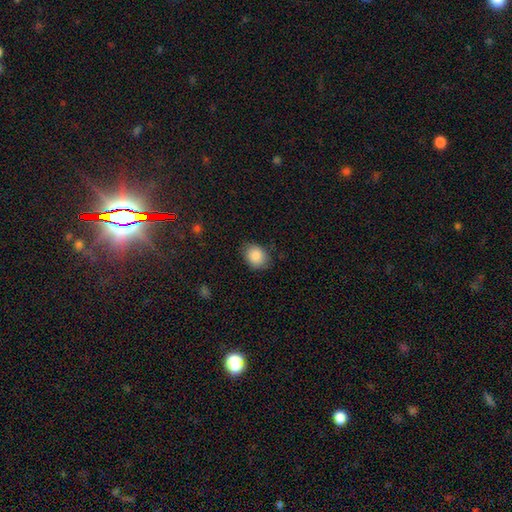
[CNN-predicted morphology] A smooth galaxy with no disk features (87%) that is in between round and cigar-shaped (50%, tied with round).

Vote fractions:
- Smooth or featured? smooth: 87% / star or artifact: 8% / featured or disk: 5%
- How rounded? in between: 50% (tied) / round: 50% (tied) / cigar-shaped: 1%
- Merging? none: 81% / minor disturbance: 15% / major disturbance: 3% / merger: 1%